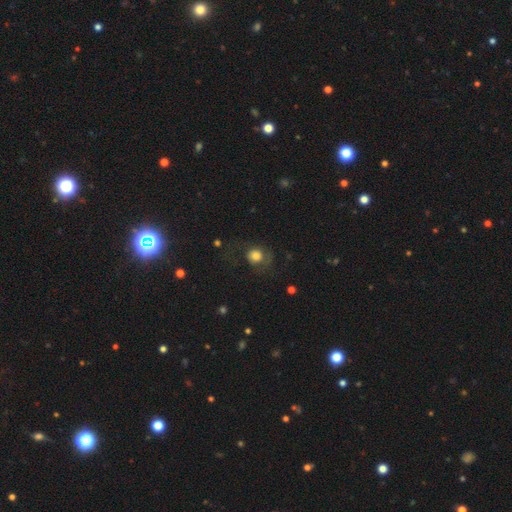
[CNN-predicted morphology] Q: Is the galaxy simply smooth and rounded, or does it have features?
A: smooth — 73%.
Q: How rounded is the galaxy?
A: round — 79%.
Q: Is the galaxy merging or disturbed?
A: none — 53%.